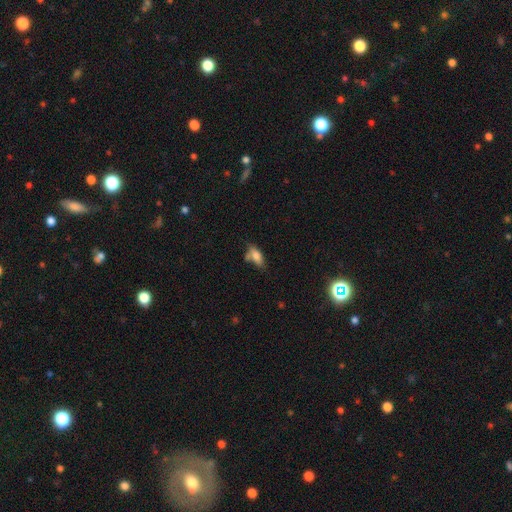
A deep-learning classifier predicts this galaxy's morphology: smooth_or_featured: smooth (p=0.75) [alt: featured or disk p=0.15]
how_rounded: in between (p=0.84) [alt: cigar-shaped p=0.11]
merging: none (p=0.47) [alt: minor disturbance p=0.25]